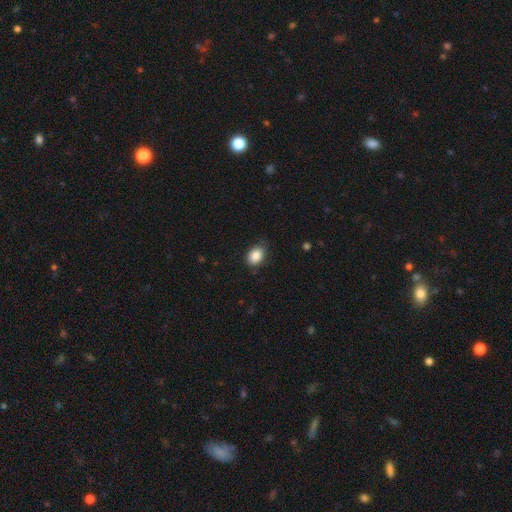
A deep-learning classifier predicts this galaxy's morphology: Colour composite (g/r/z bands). It shows a smooth galaxy with no disk features (87%) that is in between round and cigar-shaped (73%). Merging: none (78%).